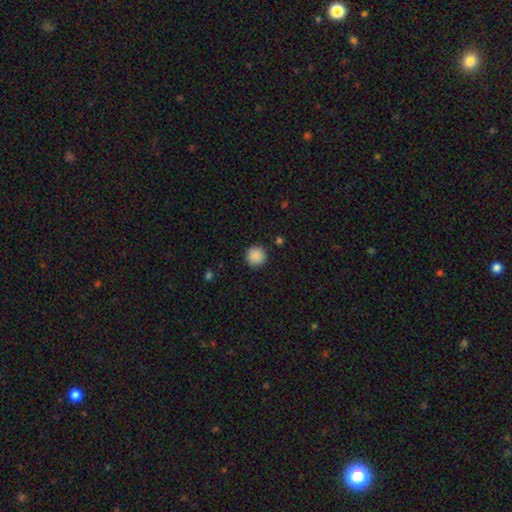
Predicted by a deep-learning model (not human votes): Smooth or featured: smooth — 89% (star or artifact — 9%)
How rounded: round — 96% (in between — 3%)
Merging: none — 92% (minor disturbance — 5%)